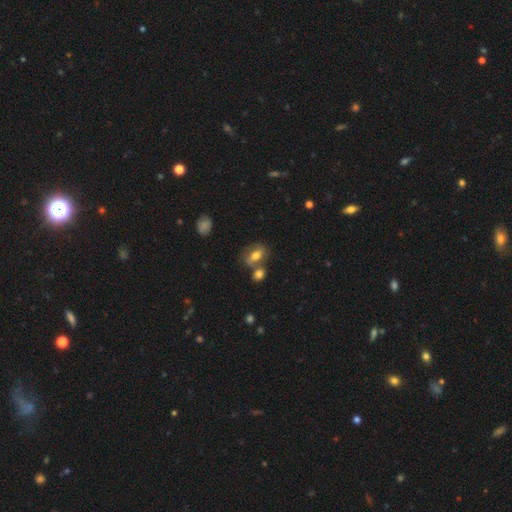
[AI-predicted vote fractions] Smooth or featured? smooth (55%)
How rounded? in between (76%)
Merging? none (55%)